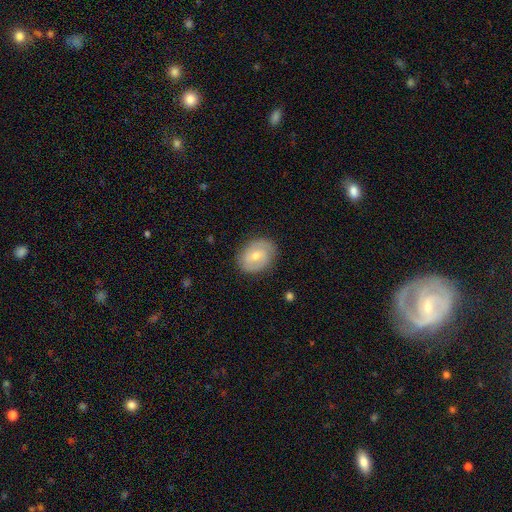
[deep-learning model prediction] This appears to be a featured or disk galaxy (55%) with no bar (48%), spiral arms (68%) and a moderate central bulge (62%). Merging: none (82%).